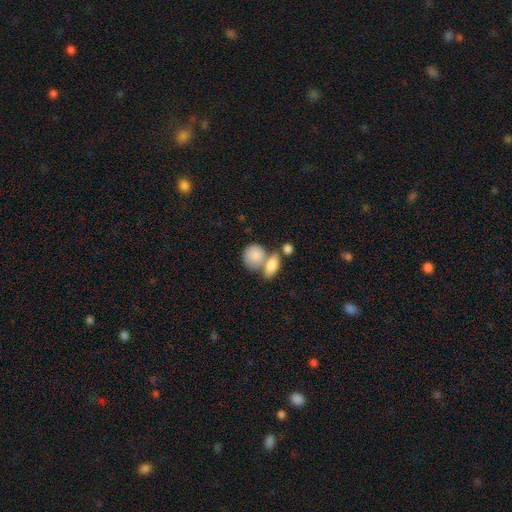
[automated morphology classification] The model was most divided on "how rounded": round: 55%, in between: 43%, cigar-shaped: 2%. Remaining: smooth or featured — smooth (82%); merging — merger (50%).